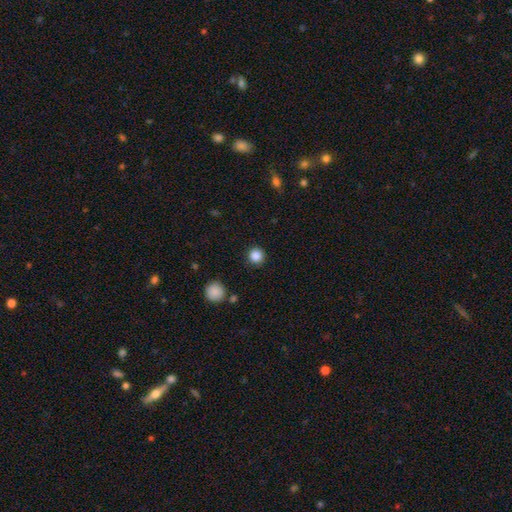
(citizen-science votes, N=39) smooth_or_featured: smooth (p=0.87) [alt: star or artifact p=0.10]
how_rounded: round (p=1.00)
merging: none (p=0.97) [alt: minor disturbance p=0.03]